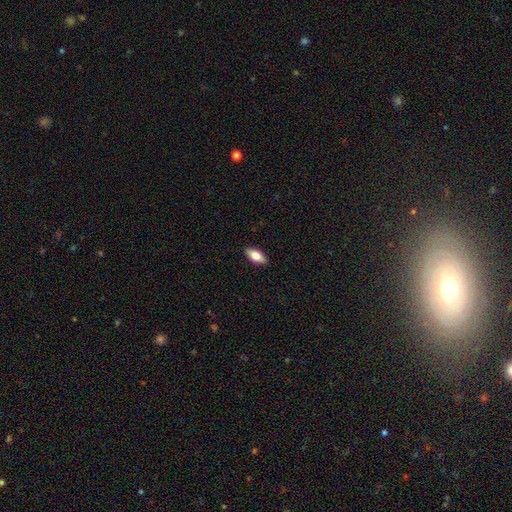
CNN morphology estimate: Smooth or featured? smooth (79%)
How rounded? in between (89%)
Merging? none (89%)